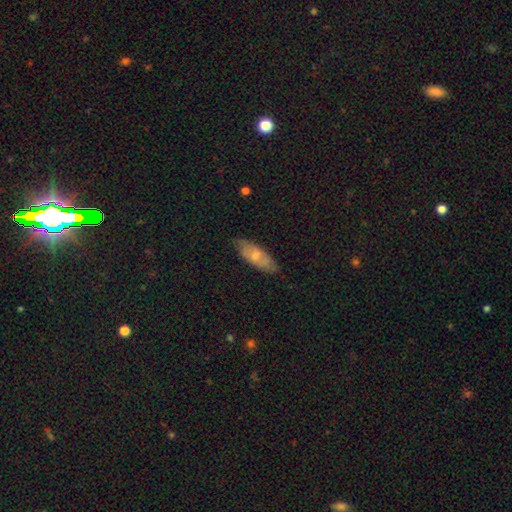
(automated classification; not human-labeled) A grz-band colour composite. It shows a smooth galaxy with no disk features (60%) that is in between round and cigar-shaped (74%). Merging: none (78%).